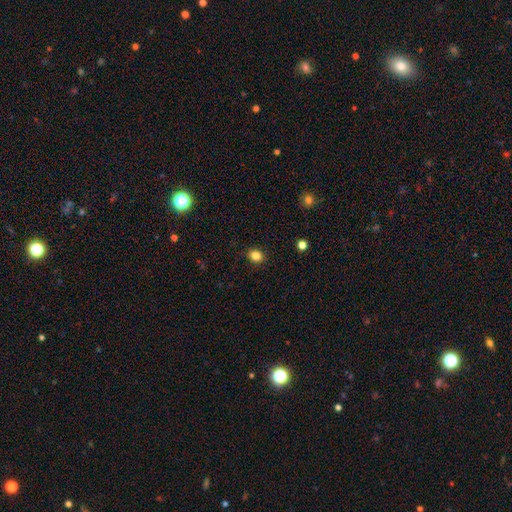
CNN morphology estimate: The model was most divided on "how rounded": round: 61%, in between: 38%, cigar-shaped: 1%. More confident: merging — none (90%); smooth or featured — smooth (83%).